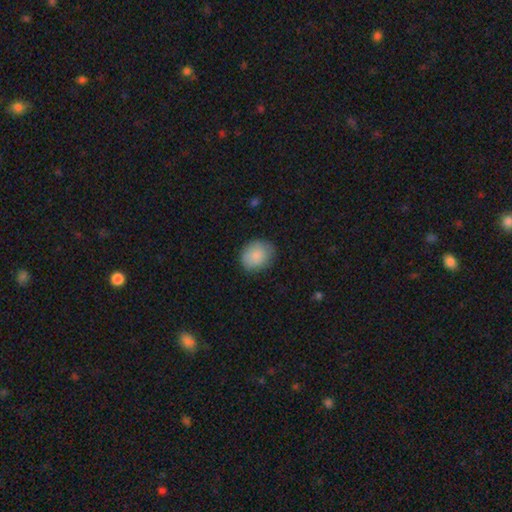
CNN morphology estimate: Smooth or featured? smooth (86%)
How rounded? round (55%)
Merging? none (80%)